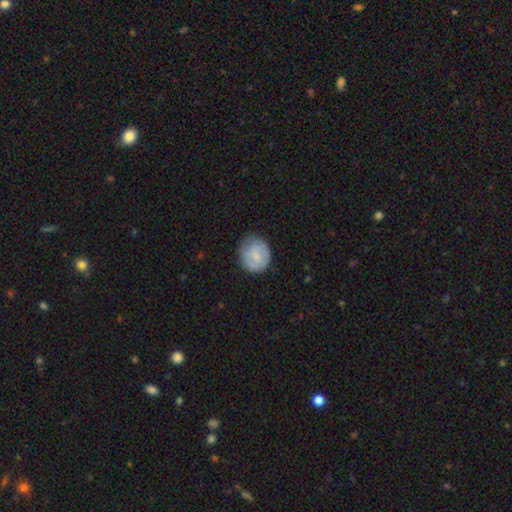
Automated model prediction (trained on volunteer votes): A smooth galaxy with no disk features (66%) that is round (79%).

Vote fractions:
- Smooth or featured? smooth: 66% / featured or disk: 27% / star or artifact: 7%
- How rounded? round: 79% / in between: 20% / cigar-shaped: 1%
- Merging? none: 66% / minor disturbance: 25% / major disturbance: 8% / merger: 1%